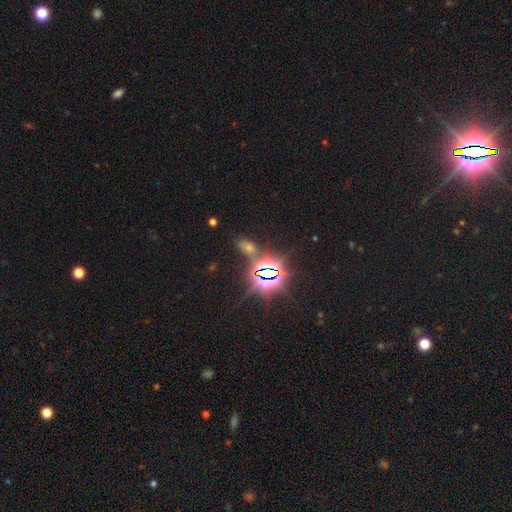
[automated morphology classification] The model was most divided on "smooth or featured": star or artifact: 79%, smooth: 14%, featured or disk: 7%.